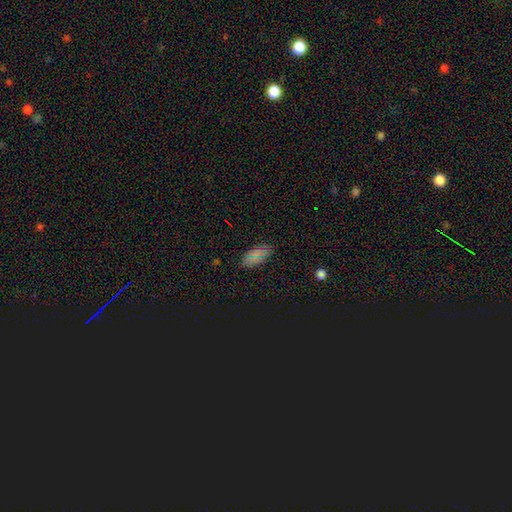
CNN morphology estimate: Overall: smooth (73%). How rounded: in between (91%). Merging: none (86%).